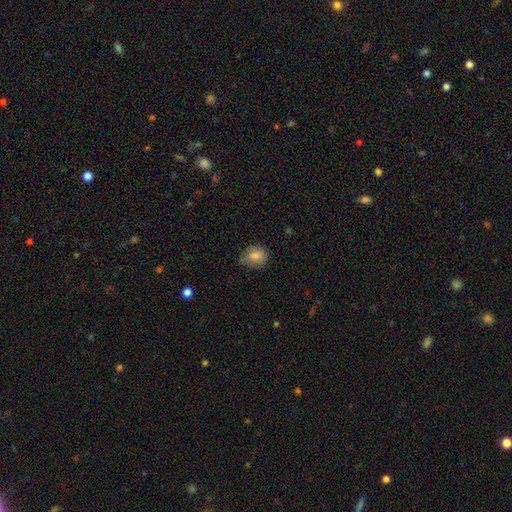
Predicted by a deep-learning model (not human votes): This is likely a smooth galaxy (78%). How rounded: possibly round (59%). Merging: possibly none (55%).